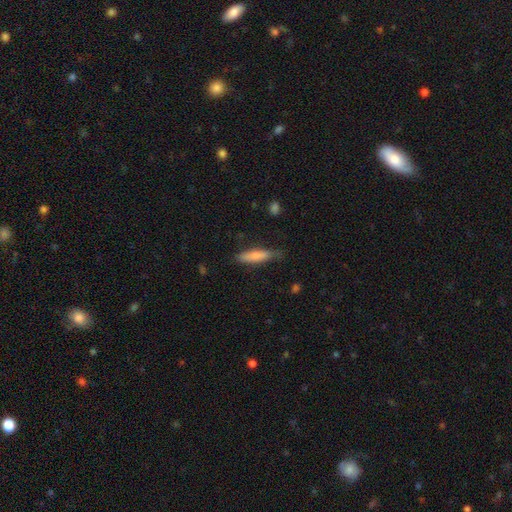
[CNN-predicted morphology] Smooth or featured? smooth (78%)
How rounded? cigar-shaped (76%)
Merging? none (71%)